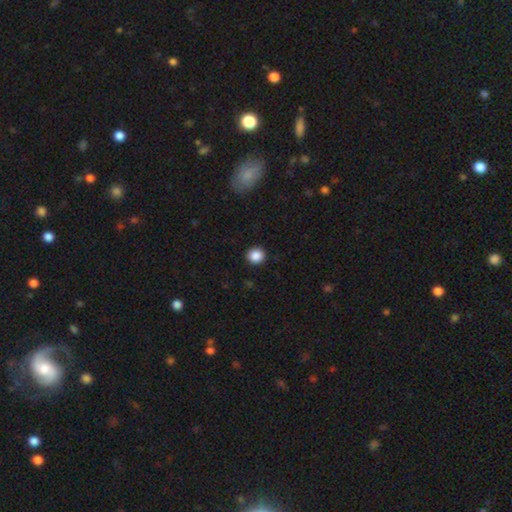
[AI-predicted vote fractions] smooth-or-featured: smooth: 88% | star or artifact: 10% | featured or disk: 3%
  how-rounded: round: 89% | in between: 10% | cigar-shaped: 1%
  merging: none: 92% | minor disturbance: 6% | major disturbance: 2% | merger: 1%